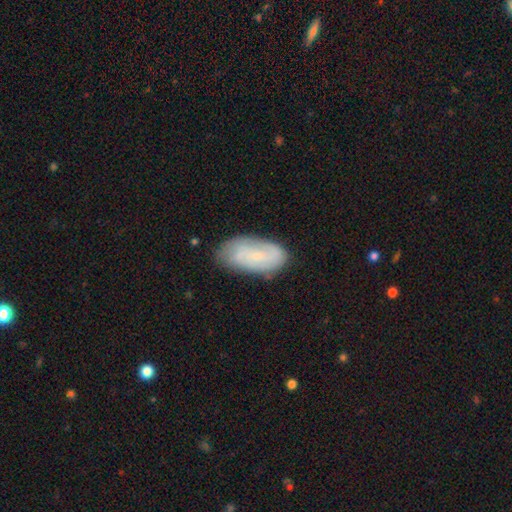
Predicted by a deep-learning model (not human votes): Smooth or featured? smooth (49%)
Merging? none (68%)